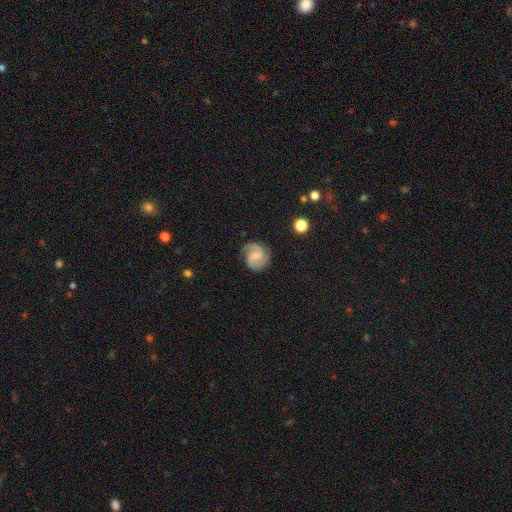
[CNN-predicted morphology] Smooth or featured?
  - featured or disk: 81% *
  - smooth: 12%
  - star or artifact: 6%
Edge-on disk?
  - no: 98% *
  - yes: 2%
Bar?
  - weak: 48% *
  - no: 41%
  - strong: 11%
Spiral arms?
  - yes: 97% *
  - no: 3%
Spiral winding?
  - medium: 52% *
  - tight: 32%
  - loose: 16%
Spiral arm count?
  - 2: 80% *
  - 3: 9%
  - can't tell: 5%
  - 1: 3%
  - 4: 2%
  - more than 4: 2%
Bulge size?
  - small: 53% *
  - none: 23%
  - moderate: 22%
  - large: 2%
  - dominant: 1%
Merging?
  - none: 79% *
  - minor disturbance: 14%
  - major disturbance: 5%
  - merger: 1%